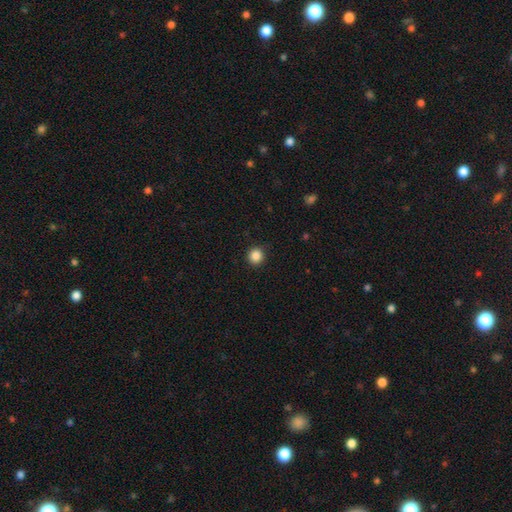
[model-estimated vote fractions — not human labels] This appears to be a smooth galaxy with no disk features (86%) that is round (94%). Merging: none (92%).